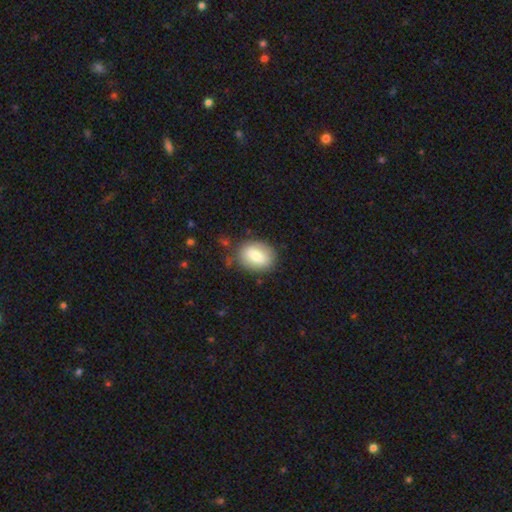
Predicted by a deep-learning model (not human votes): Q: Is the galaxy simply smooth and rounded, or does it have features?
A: smooth — 77%.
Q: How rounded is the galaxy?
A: in between — 71%.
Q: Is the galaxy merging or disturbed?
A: none — 78%.